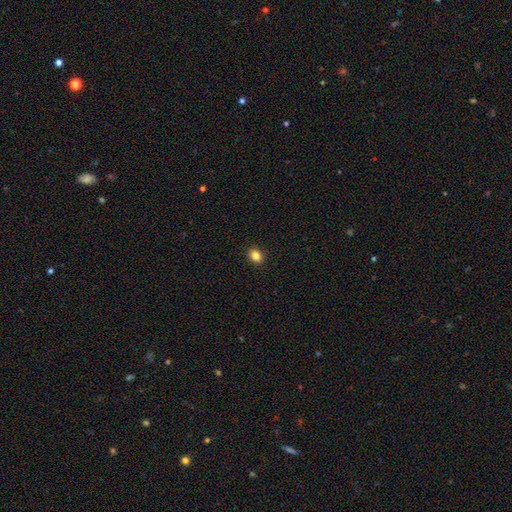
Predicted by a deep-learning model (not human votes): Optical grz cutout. It shows a smooth galaxy with no disk features (84%) that is round (60%). Merging: none (92%).